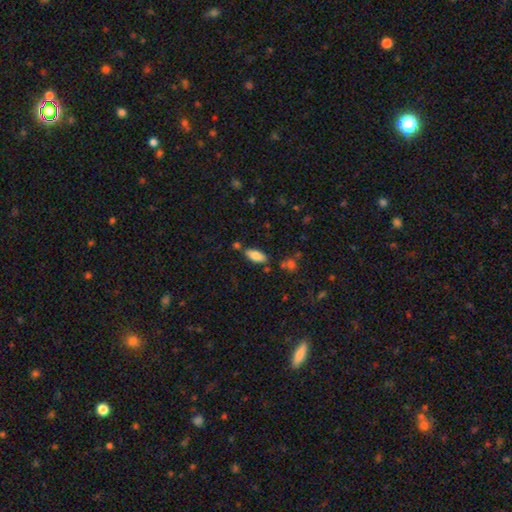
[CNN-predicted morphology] Smooth or featured? Predicted: smooth (p=0.81). How rounded? Predicted: in between (p=0.82). Merging? Predicted: none (p=0.75).